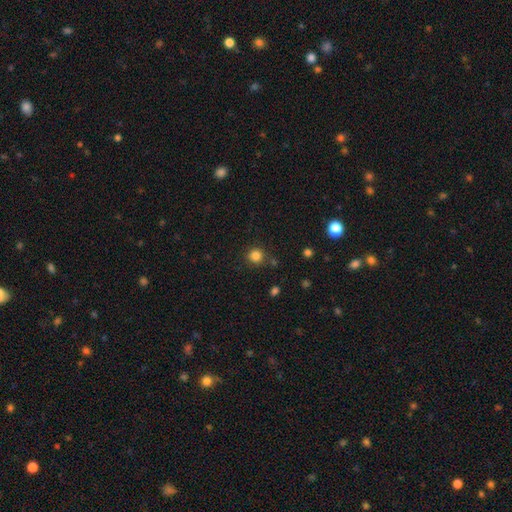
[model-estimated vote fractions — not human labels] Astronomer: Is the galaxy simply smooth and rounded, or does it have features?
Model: smooth — 83%.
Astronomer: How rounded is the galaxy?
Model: round — 91%.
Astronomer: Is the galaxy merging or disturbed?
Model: none — 82%.